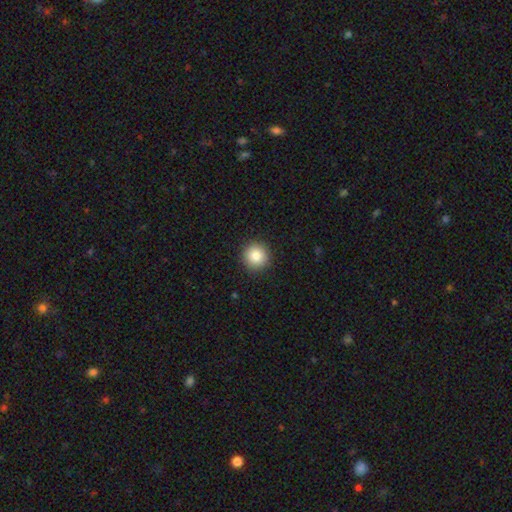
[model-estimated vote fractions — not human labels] A smooth galaxy with no disk features (84%) that is round (95%).

Vote fractions:
- Smooth or featured? smooth: 84% / star or artifact: 10% / featured or disk: 6%
- How rounded? round: 95% / in between: 5% / cigar-shaped: 1%
- Merging? none: 92% / minor disturbance: 5% / major disturbance: 2% / merger: 1%